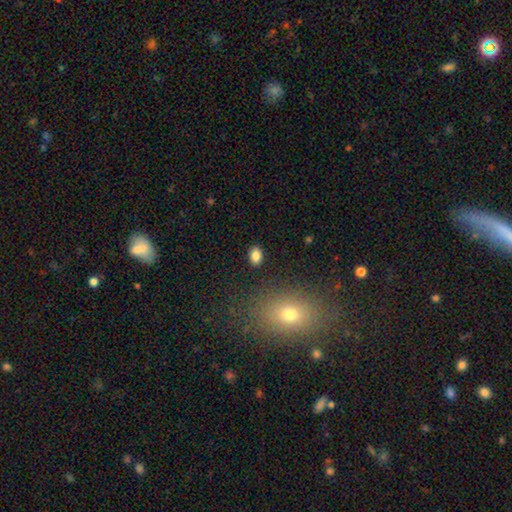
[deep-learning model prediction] Overall: smooth (84%). How rounded: in between (77%). Merging: none (88%).